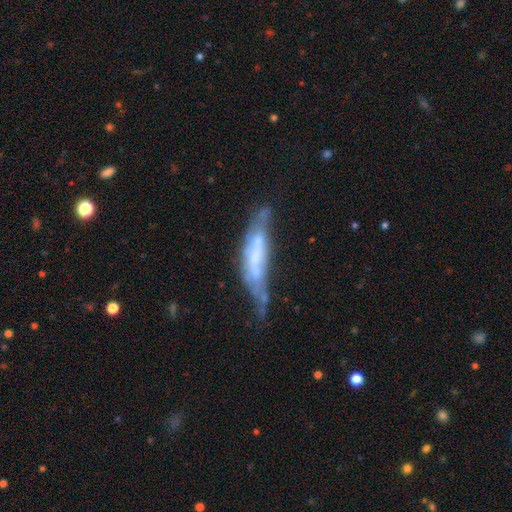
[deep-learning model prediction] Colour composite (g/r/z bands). It shows a featured or disk galaxy (60%). Merging: minor disturbance (31%).